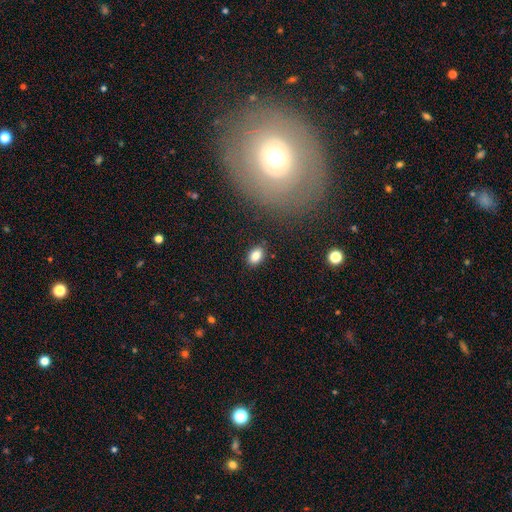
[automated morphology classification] smooth 84%, star or artifact 9%, featured or disk 6%. Down the decision tree: how rounded — in between (83%); merging — none (87%).